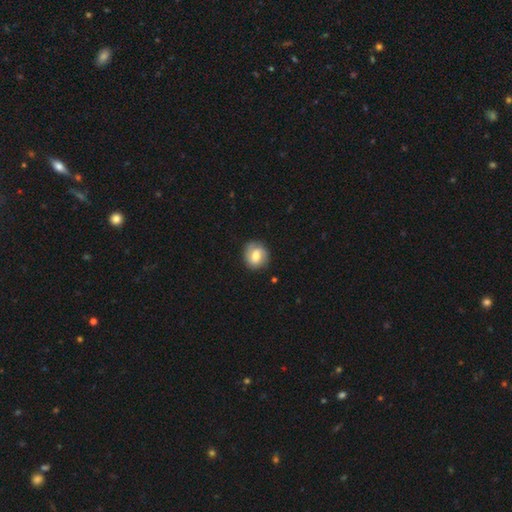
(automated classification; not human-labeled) Morphology: type=smooth (59%); roundness=round (78%); merging=none (82%).